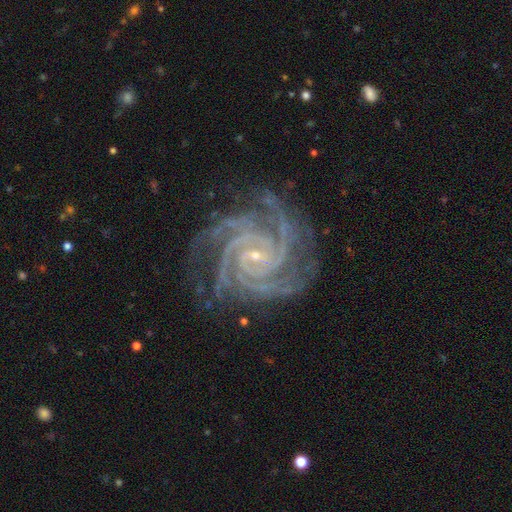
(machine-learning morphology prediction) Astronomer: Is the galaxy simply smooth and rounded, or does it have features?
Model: featured or disk — 93%.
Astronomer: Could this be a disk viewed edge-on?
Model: no — 98%.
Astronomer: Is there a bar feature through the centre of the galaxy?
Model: no — 50% (runner-up: weak, 31%).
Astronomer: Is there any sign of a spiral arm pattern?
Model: yes — 99%.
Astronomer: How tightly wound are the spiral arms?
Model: tight — 78%.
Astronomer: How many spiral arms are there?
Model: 4 — 37% (runner-up: 3, 21%).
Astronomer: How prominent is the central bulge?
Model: small — 86%.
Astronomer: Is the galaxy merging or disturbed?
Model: none — 78%.